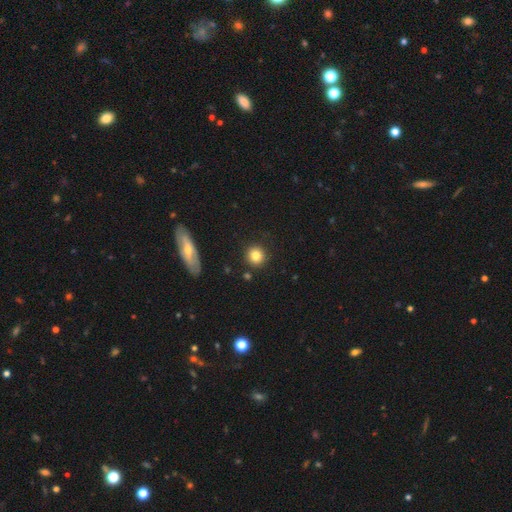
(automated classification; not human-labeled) smooth-or-featured: smooth: 81% | star or artifact: 10% | featured or disk: 9%
  how-rounded: round: 92% | in between: 7% | cigar-shaped: 1%
  merging: none: 88% | minor disturbance: 7% | merger: 3% | major disturbance: 2%